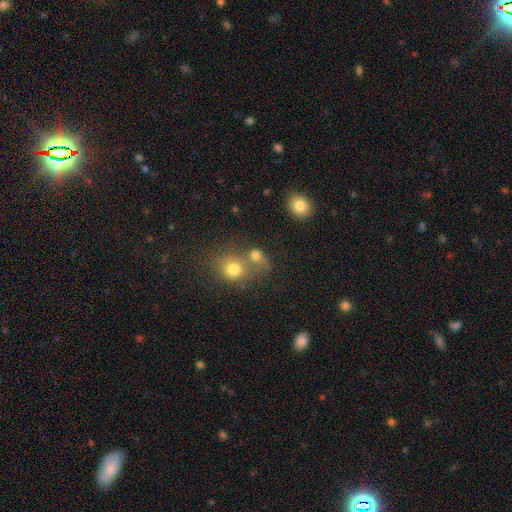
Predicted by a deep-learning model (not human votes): A smooth galaxy with no disk features (73%) that is round (70%).

Vote fractions:
- Smooth or featured? smooth: 73% / star or artifact: 16% / featured or disk: 11%
- How rounded? round: 70% / in between: 28% / cigar-shaped: 1%
- Merging? merger: 48% / none: 36% / minor disturbance: 9% / major disturbance: 7%